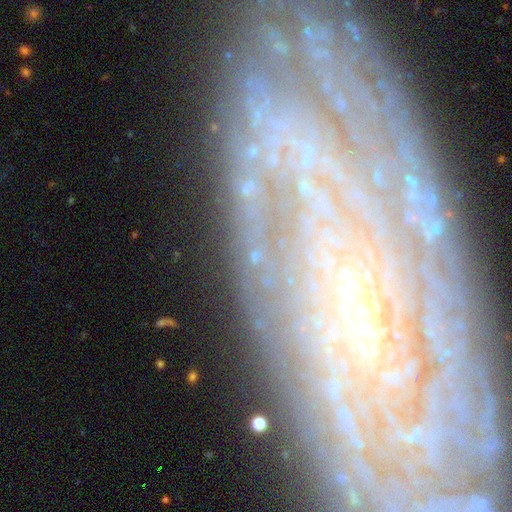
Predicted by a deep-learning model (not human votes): Smooth or featured: star or artifact — 47% (featured or disk — 32%)